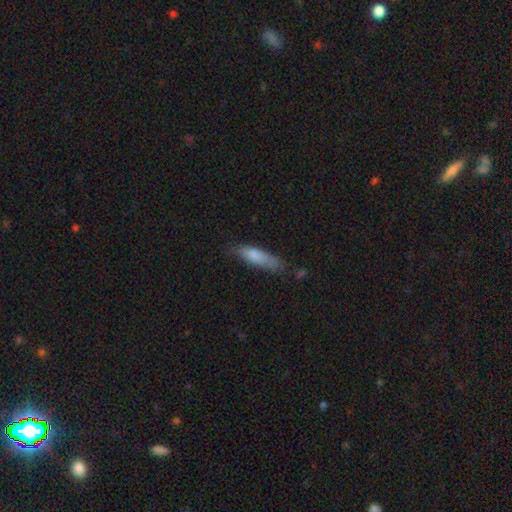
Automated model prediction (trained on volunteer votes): This is likely a smooth galaxy (80%). How rounded: likely cigar-shaped (65%). Merging: likely none (63%).